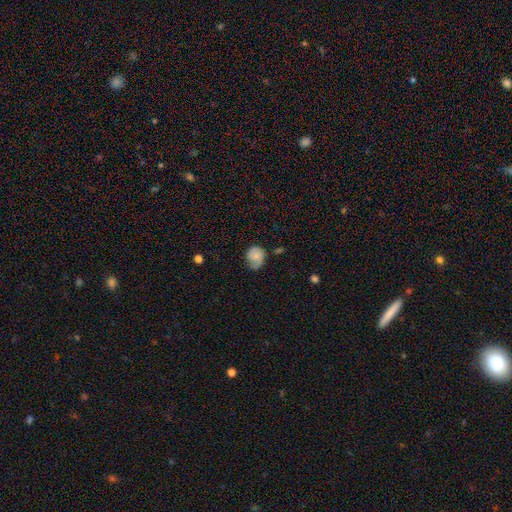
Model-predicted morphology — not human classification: Q: Smooth or featured?
A: smooth (58%); runner-up: featured or disk (34%)
Q: How rounded?
A: round (64%); runner-up: in between (35%)
Q: Merging?
A: none (48%); runner-up: minor disturbance (33%)